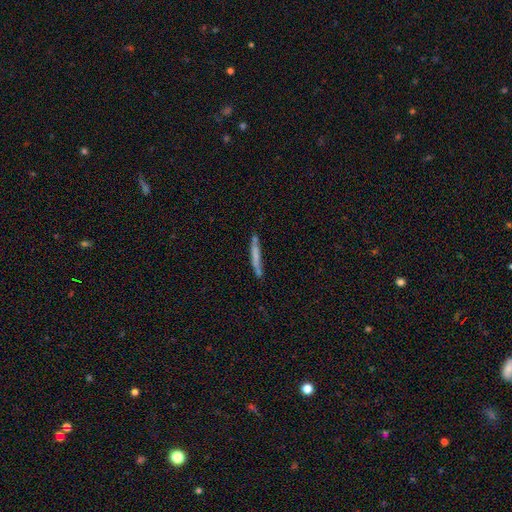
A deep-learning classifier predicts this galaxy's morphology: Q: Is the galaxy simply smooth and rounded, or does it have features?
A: smooth — 59%.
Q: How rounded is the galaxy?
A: cigar-shaped — 95%.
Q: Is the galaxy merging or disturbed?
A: none — 72%.